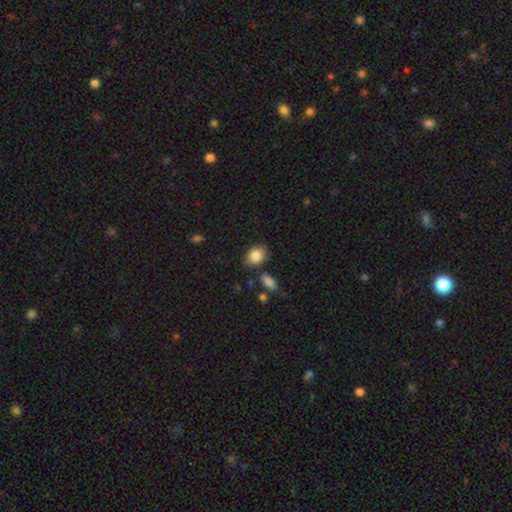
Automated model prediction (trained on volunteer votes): smooth-or-featured: smooth: 86% | star or artifact: 8% | featured or disk: 6%
  how-rounded: in between: 55% | round: 43% | cigar-shaped: 1%
  merging: none: 75% | minor disturbance: 15% | merger: 6% | major disturbance: 4%